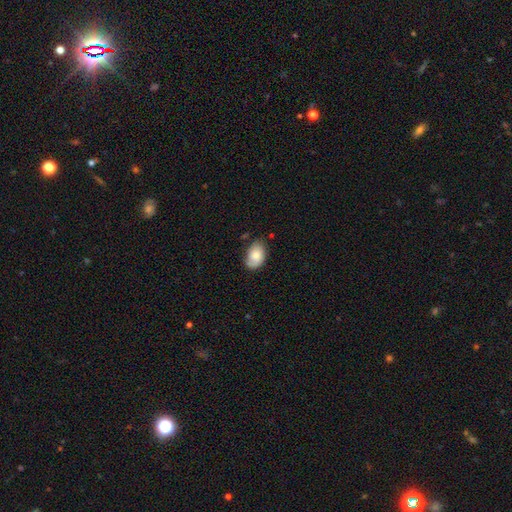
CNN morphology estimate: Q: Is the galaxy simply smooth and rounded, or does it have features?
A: smooth — 72%.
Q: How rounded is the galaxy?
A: in between — 85%.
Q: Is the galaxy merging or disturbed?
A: none — 63%.